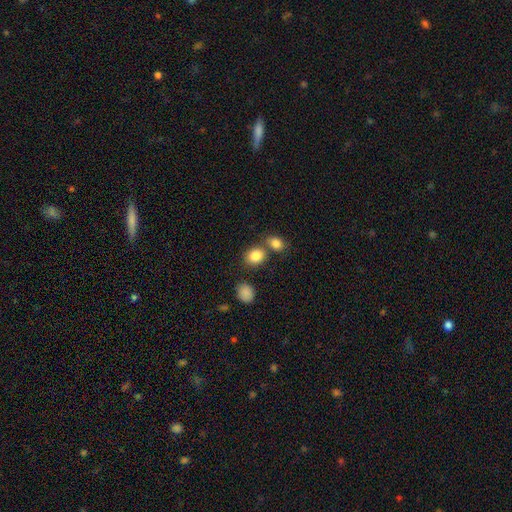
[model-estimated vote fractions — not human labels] Q: Smooth or featured?
A: smooth (84%); runner-up: star or artifact (10%)
Q: How rounded?
A: round (59%); runner-up: in between (40%)
Q: Merging?
A: none (59%); runner-up: merger (28%)